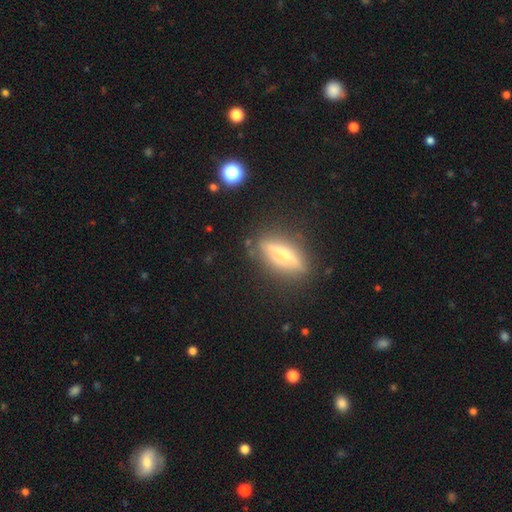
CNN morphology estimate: Smooth or featured? Predicted: smooth (p=0.53). How rounded? Predicted: in between (p=0.64). Merging? Predicted: none (p=0.82).